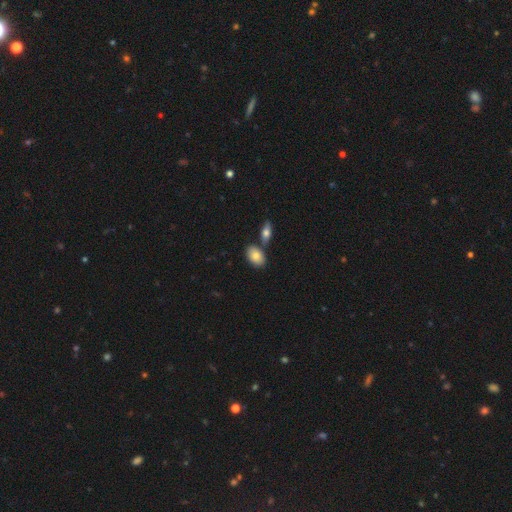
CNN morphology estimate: This appears to be a smooth galaxy with no disk features (82%) that is in between round and cigar-shaped (90%). Merging: none (68%).